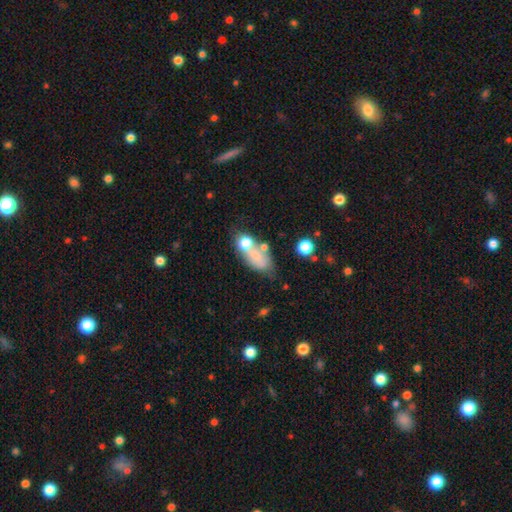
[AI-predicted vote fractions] Morphology: type=smooth (57%); roundness=in between (78%); merging=merger (35%).